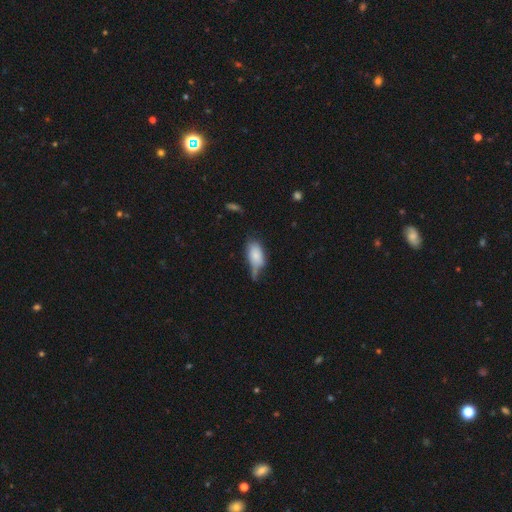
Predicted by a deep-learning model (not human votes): A smooth galaxy with no disk features (79%) that is in between round and cigar-shaped (92%).

Vote fractions:
- Smooth or featured? smooth: 79% / featured or disk: 13% / star or artifact: 8%
- How rounded? in between: 92% / cigar-shaped: 4% / round: 4%
- Merging? minor disturbance: 38% / none: 33% / major disturbance: 19% / merger: 11%